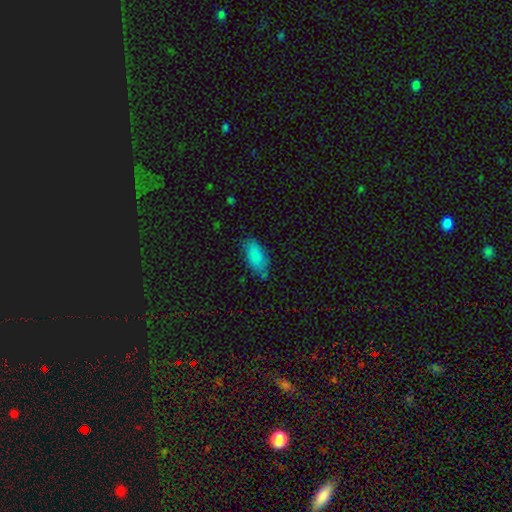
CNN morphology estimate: smooth_or_featured: smooth (p=0.87) [alt: star or artifact p=0.07]
how_rounded: in between (p=0.90) [alt: cigar-shaped p=0.08]
merging: none (p=0.71) [alt: minor disturbance p=0.22]